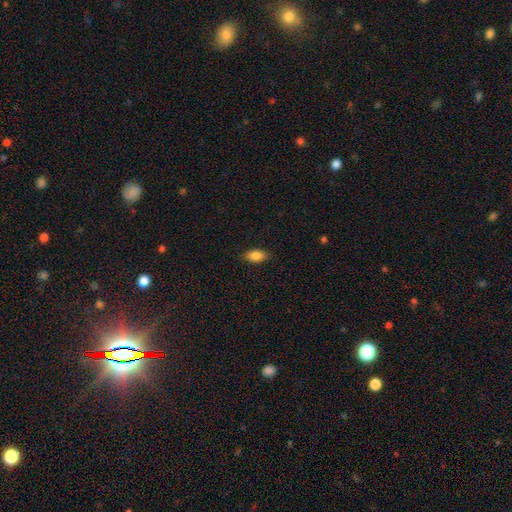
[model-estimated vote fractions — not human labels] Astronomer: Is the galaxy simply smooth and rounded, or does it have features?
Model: smooth — 86%.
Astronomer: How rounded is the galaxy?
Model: in between — 89%.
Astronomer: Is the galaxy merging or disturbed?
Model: none — 86%.